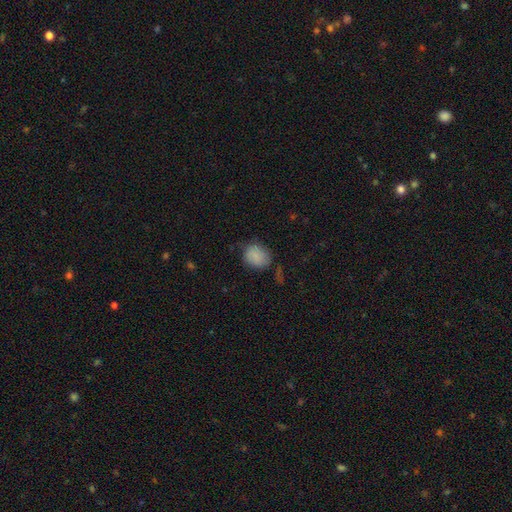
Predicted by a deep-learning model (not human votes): A smooth galaxy with no disk features (83%) that is round (54%).

Vote fractions:
- Smooth or featured? smooth: 83% / star or artifact: 9% / featured or disk: 8%
- How rounded? round: 54% / in between: 45% / cigar-shaped: 1%
- Merging? none: 68% / minor disturbance: 24% / major disturbance: 6% / merger: 3%